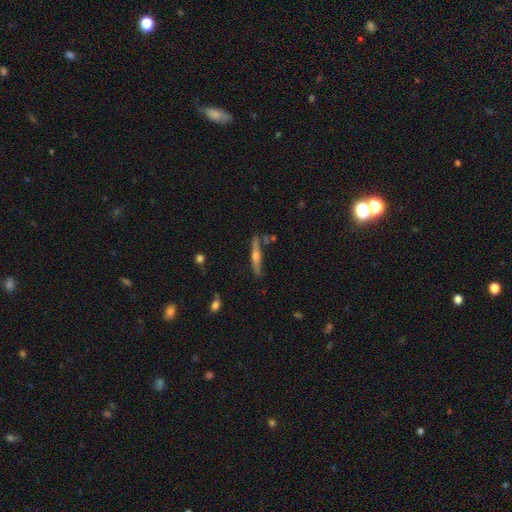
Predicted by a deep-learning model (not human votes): Smooth or featured? Predicted: featured or disk (p=0.67). Edge-on disk? Predicted: yes (p=0.96). Edge-on bulge? Predicted: rounded (p=0.88). Merging? Predicted: none (p=0.81).